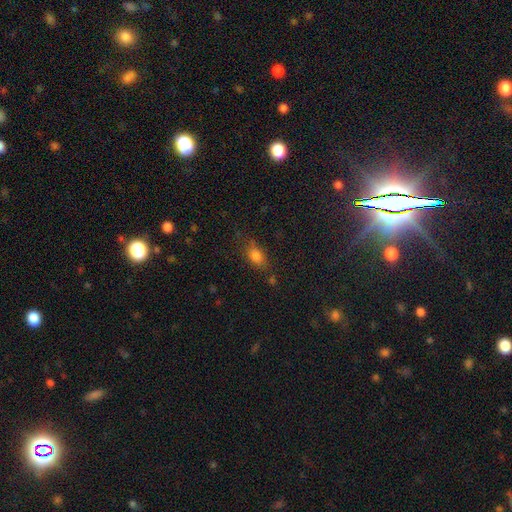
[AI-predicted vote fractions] The model was most divided on "merging": none: 68%, minor disturbance: 21%, major disturbance: 7%, merger: 5%. More confident: how rounded — in between (81%); smooth or featured — smooth (78%).